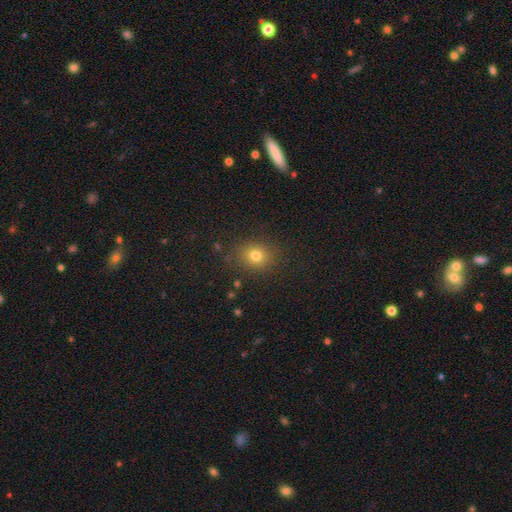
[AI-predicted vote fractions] Smooth or featured? smooth (76%)
How rounded? round (71%)
Merging? none (85%)